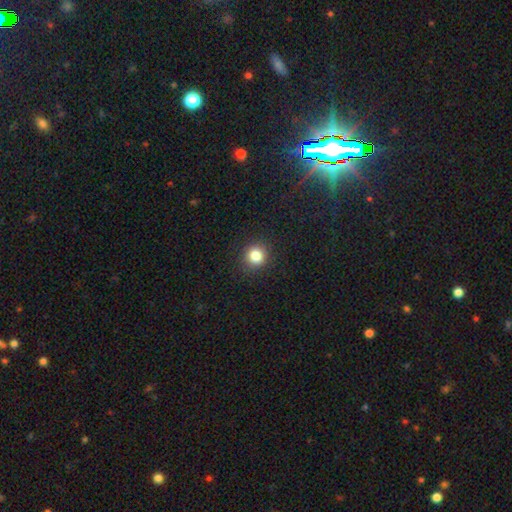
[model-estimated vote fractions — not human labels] Smooth or featured?
  - smooth: 83% *
  - star or artifact: 12%
  - featured or disk: 5%
How rounded?
  - round: 90% *
  - in between: 9%
  - cigar-shaped: 1%
Merging?
  - none: 91% *
  - minor disturbance: 6%
  - major disturbance: 2%
  - merger: 1%